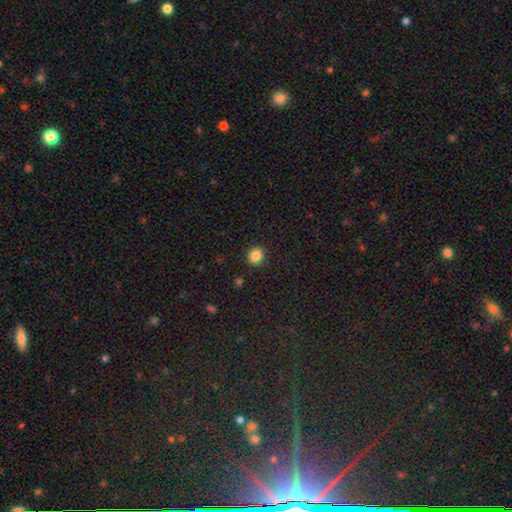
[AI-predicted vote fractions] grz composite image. It shows a smooth galaxy with no disk features (86%) that is round (71%). Merging: none (90%).